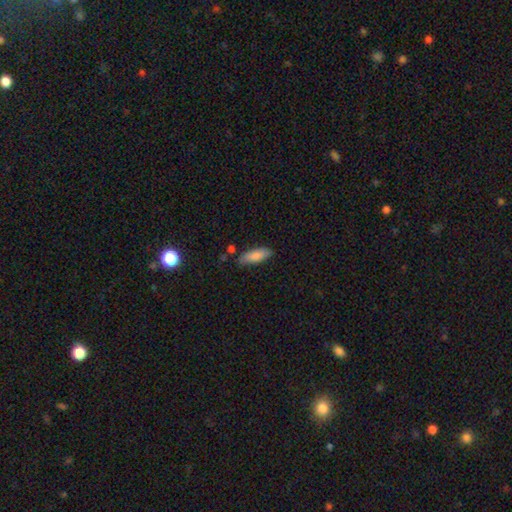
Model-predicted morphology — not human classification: Smooth or featured: smooth — 84% (featured or disk — 10%)
How rounded: in between — 61% (cigar-shaped — 37%)
Merging: none — 77% (minor disturbance — 16%)